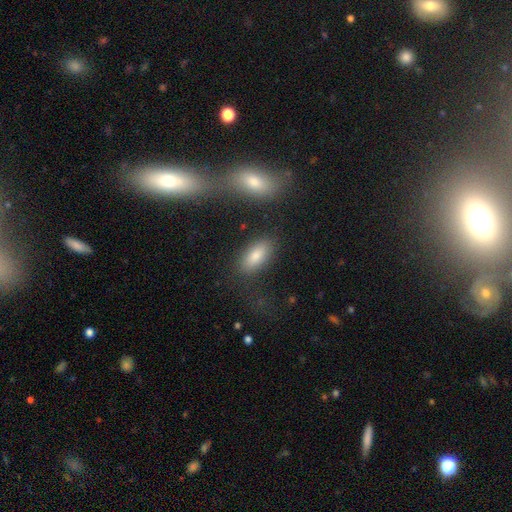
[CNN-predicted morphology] This appears to be a smooth galaxy with no disk features (82%) that is in between round and cigar-shaped (86%). Merging: none (79%).